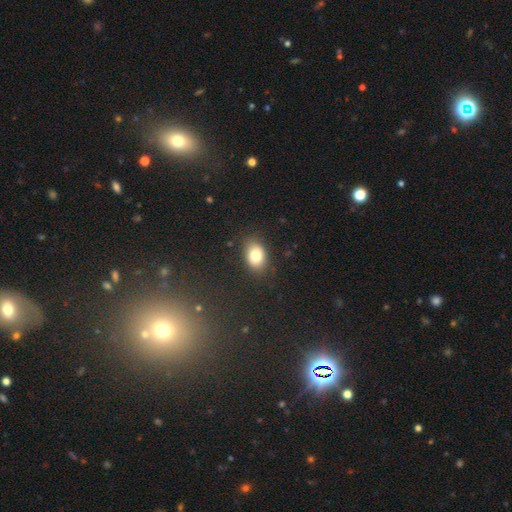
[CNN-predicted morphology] Q: Smooth or featured?
A: smooth (80%); runner-up: featured or disk (10%)
Q: How rounded?
A: in between (80%); runner-up: round (19%)
Q: Merging?
A: none (82%); runner-up: minor disturbance (13%)